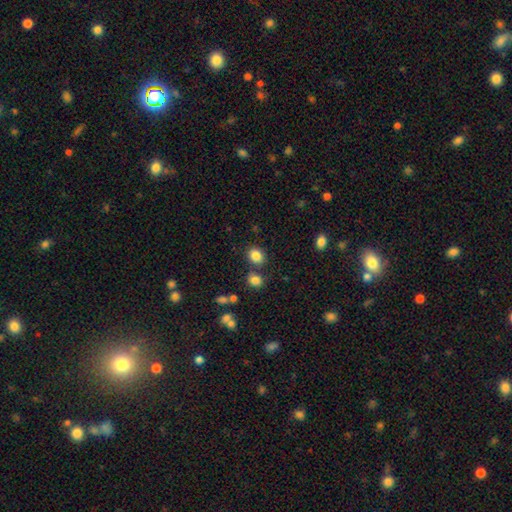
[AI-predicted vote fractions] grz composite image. It shows a smooth galaxy with no disk features (84%) that is round (57%). Merging: none (74%).